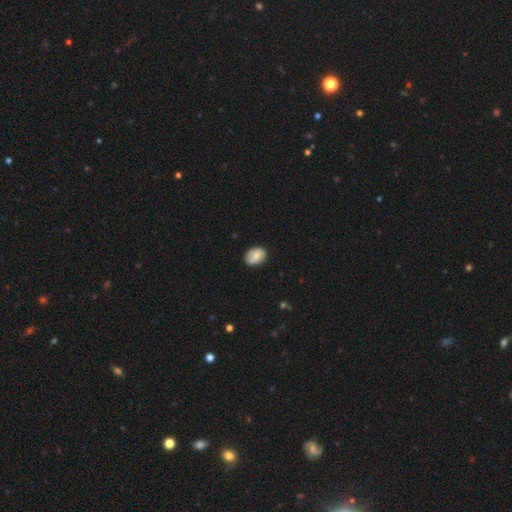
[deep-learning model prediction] This is clearly a smooth galaxy (80%). How rounded: likely in between (75%). Merging: clearly none (81%).